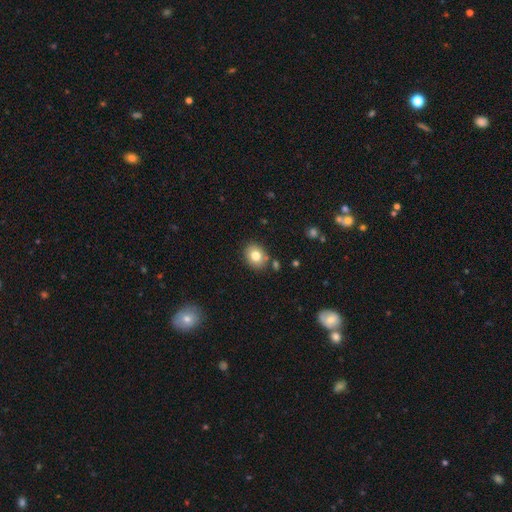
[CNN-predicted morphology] Smooth or featured: smooth — 80% (featured or disk — 11%)
How rounded: round — 55% (in between — 44%)
Merging: none — 81% (minor disturbance — 11%)